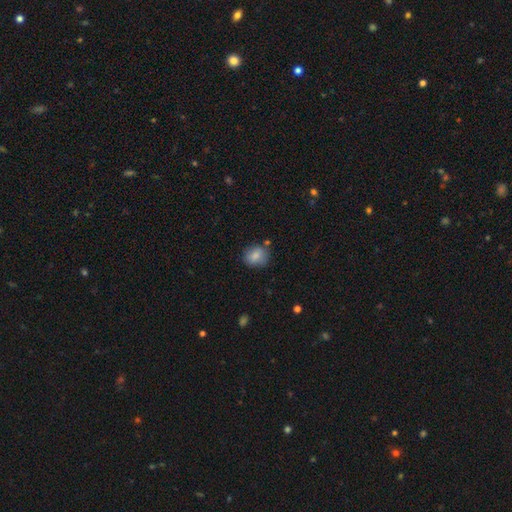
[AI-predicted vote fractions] Smooth or featured? Predicted: smooth (p=0.84). How rounded? Predicted: round (p=0.59). Merging? Predicted: none (p=0.76).